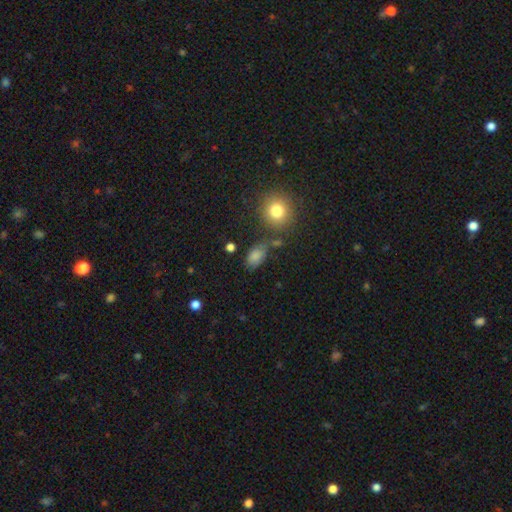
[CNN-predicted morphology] Smooth or featured? smooth (76%)
How rounded? in between (85%)
Merging? none (59%)